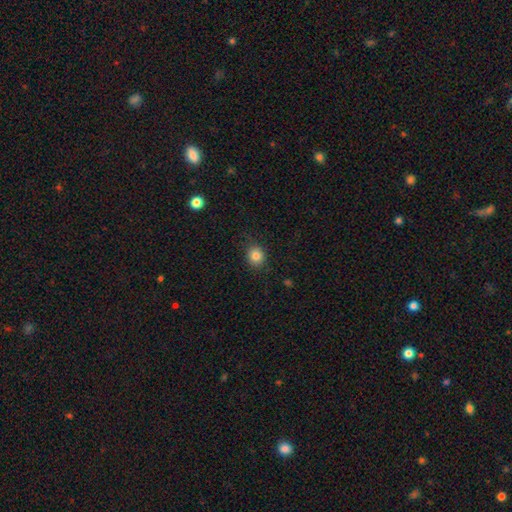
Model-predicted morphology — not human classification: The model was most divided on "how rounded": round: 79%, in between: 20%, cigar-shaped: 1%. More confident: merging — none (84%); smooth or featured — smooth (83%).